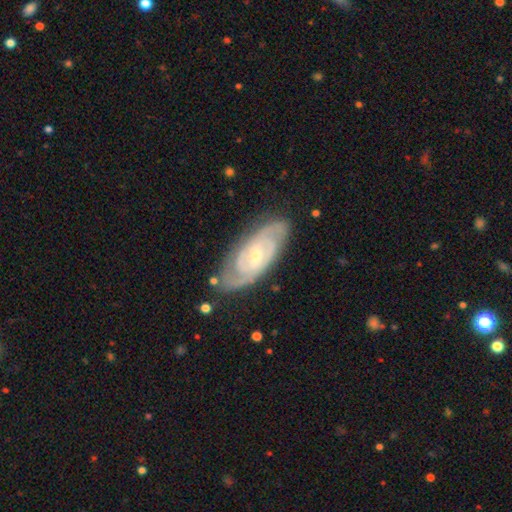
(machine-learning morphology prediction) Smooth or featured? Predicted: featured or disk (p=0.89). Edge-on disk? Predicted: no (p=0.94). Bar? Predicted: no (p=0.44). Spiral arms? Predicted: yes (p=0.98). Spiral winding? Predicted: tight (p=0.68). Spiral arm count? Predicted: 2 (p=0.65). Bulge size? Predicted: small (p=0.58). Merging? Predicted: none (p=0.80).